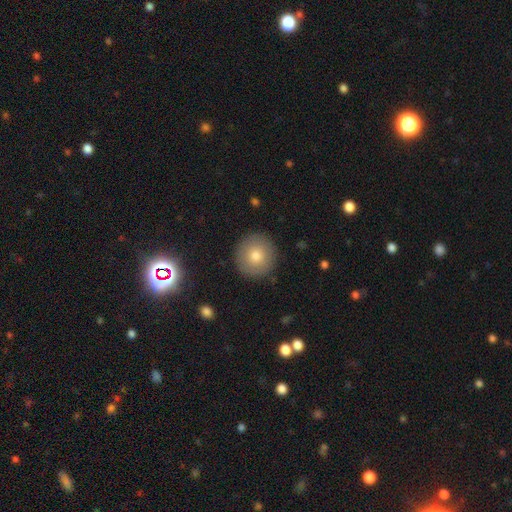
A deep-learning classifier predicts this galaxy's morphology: Smooth or featured?
  - smooth: 75% *
  - featured or disk: 14%
  - star or artifact: 11%
How rounded?
  - round: 94% *
  - in between: 5%
  - cigar-shaped: 1%
Merging?
  - none: 90% *
  - minor disturbance: 6%
  - major disturbance: 2%
  - merger: 1%